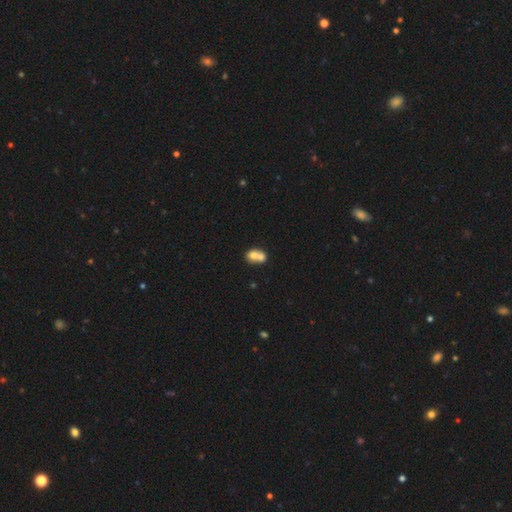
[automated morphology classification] Smooth or featured?
  - smooth: 69% *
  - featured or disk: 22%
  - star or artifact: 9%
How rounded?
  - in between: 54% *
  - round: 45%
  - cigar-shaped: 1%
Merging?
  - merger: 70% *
  - none: 21%
  - minor disturbance: 6%
  - major disturbance: 3%